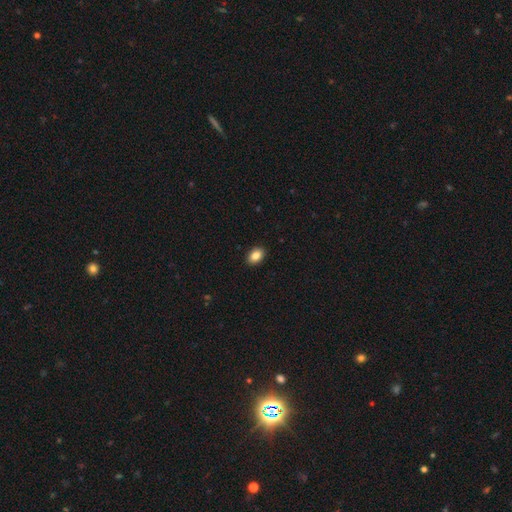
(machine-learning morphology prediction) A smooth galaxy with no disk features (85%) that is in between round and cigar-shaped (80%).

Vote fractions:
- Smooth or featured? smooth: 85% / star or artifact: 8% / featured or disk: 6%
- How rounded? in between: 80% / round: 19% / cigar-shaped: 1%
- Merging? none: 91% / minor disturbance: 6% / major disturbance: 2% / merger: 1%